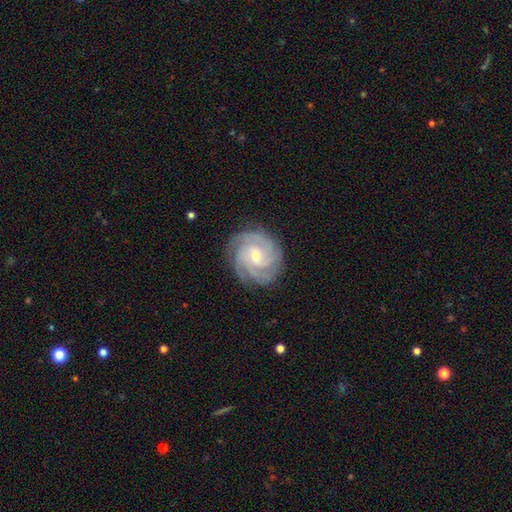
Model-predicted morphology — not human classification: Smooth or featured?
  - featured or disk: 89% *
  - smooth: 6%
  - star or artifact: 5%
Edge-on disk?
  - no: 98% *
  - yes: 2%
Bar?
  - no: 49% *
  - weak: 42%
  - strong: 9%
Spiral arms?
  - yes: 98% *
  - no: 2%
Spiral winding?
  - tight: 73% *
  - medium: 24%
  - loose: 3%
Spiral arm count?
  - 4: 36% *
  - 3: 30%
  - can't tell: 14%
  - 2: 8%
  - more than 4: 7%
  - 1: 6%
Bulge size?
  - small: 54% *
  - moderate: 43%
  - large: 1%
  - none: 1%
  - dominant: 1%
Merging?
  - none: 83% *
  - minor disturbance: 13%
  - major disturbance: 4%
  - merger: 1%